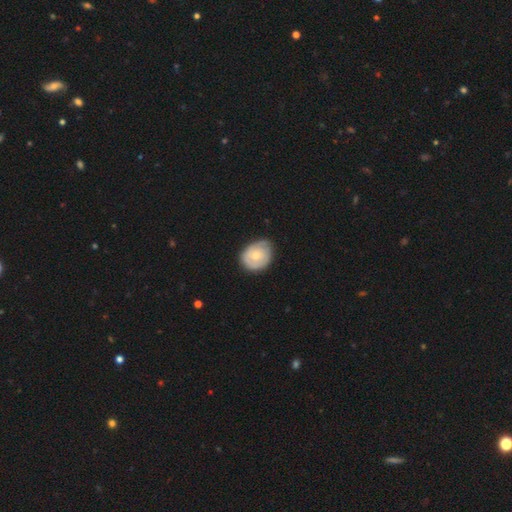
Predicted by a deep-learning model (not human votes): smooth_or_featured: smooth (p=0.55) [alt: featured or disk p=0.39]
how_rounded: round (p=0.56) [alt: in between p=0.43]
merging: none (p=0.62) [alt: minor disturbance p=0.31]